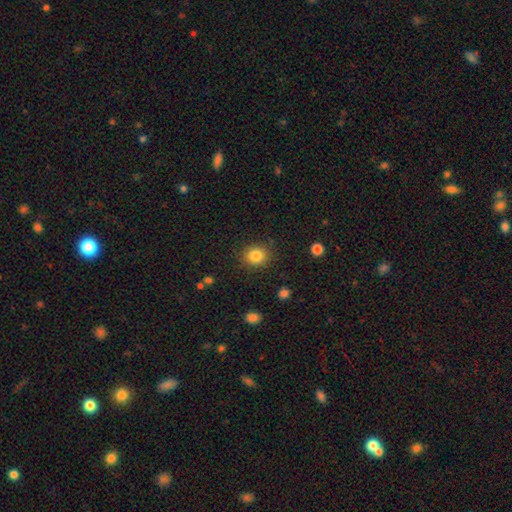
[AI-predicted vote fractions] Q: Smooth or featured?
A: smooth (85%); runner-up: star or artifact (10%)
Q: How rounded?
A: round (81%); runner-up: in between (18%)
Q: Merging?
A: none (87%); runner-up: minor disturbance (9%)